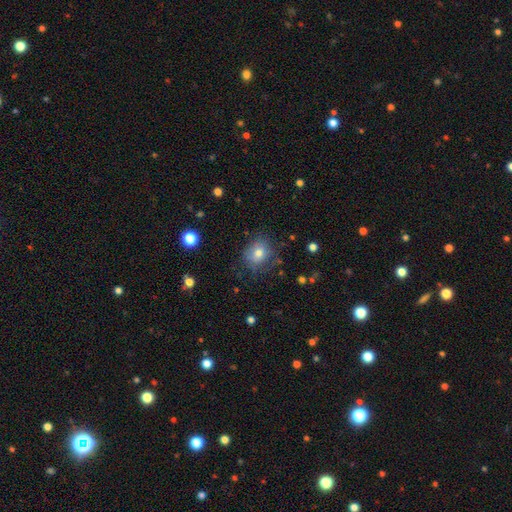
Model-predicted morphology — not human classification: The model was most divided on "smooth or featured": smooth: 63%, featured or disk: 20%, star or artifact: 17%. More confident: merging — none (75%); how rounded — round (72%).